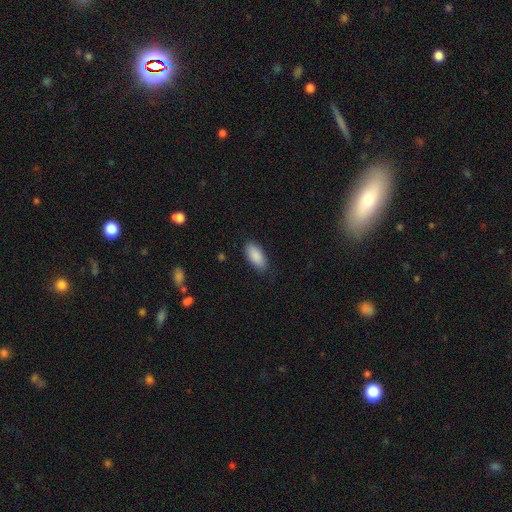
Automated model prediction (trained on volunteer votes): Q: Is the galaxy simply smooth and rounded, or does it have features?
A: smooth — 90%.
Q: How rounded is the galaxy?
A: in between — 92%.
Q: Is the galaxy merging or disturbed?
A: none — 85%.